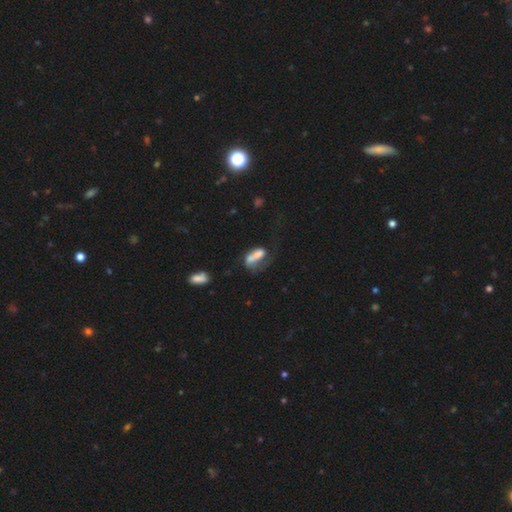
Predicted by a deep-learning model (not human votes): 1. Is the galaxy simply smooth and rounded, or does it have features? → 58% smooth, 31% featured or disk, 11% star or artifact.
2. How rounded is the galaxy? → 70% in between, 24% cigar-shaped, 6% round.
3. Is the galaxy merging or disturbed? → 37% major disturbance, 24% merger, 22% none, 17% minor disturbance.